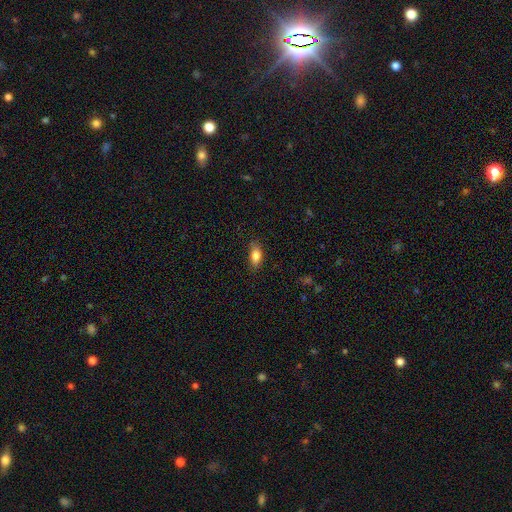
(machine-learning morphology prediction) A smooth galaxy with no disk features (84%) that is in between round and cigar-shaped (86%). Merging: none (81%).